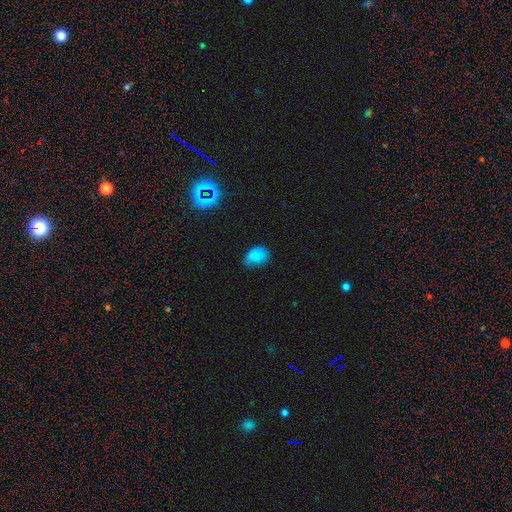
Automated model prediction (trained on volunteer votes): Smooth or featured? Predicted: smooth (p=0.80). How rounded? Predicted: in between (p=0.67). Merging? Predicted: none (p=0.54).